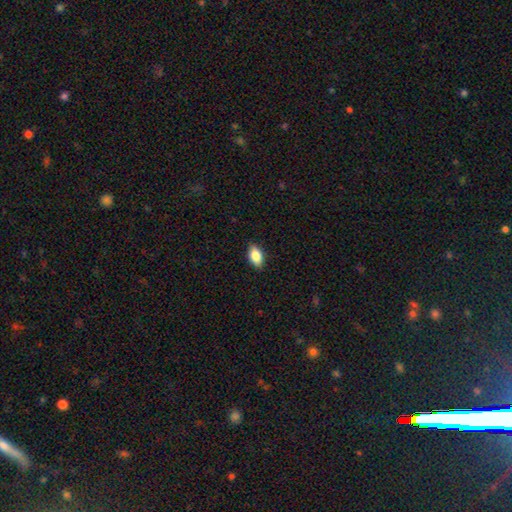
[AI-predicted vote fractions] Overall: smooth (84%). How rounded: in between (90%). Merging: none (87%).